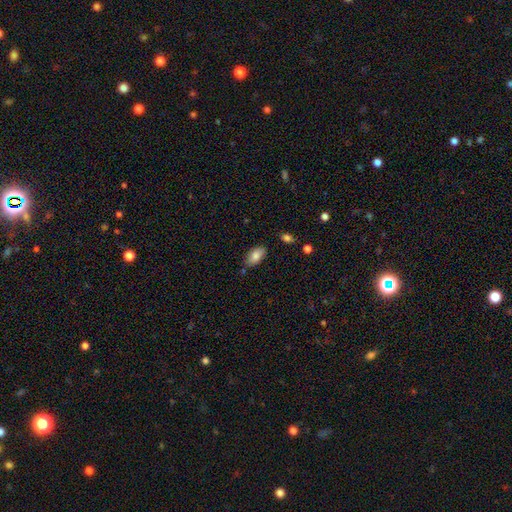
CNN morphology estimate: Smooth or featured? Predicted: smooth (p=0.82). How rounded? Predicted: in between (p=0.94). Merging? Predicted: none (p=0.77).